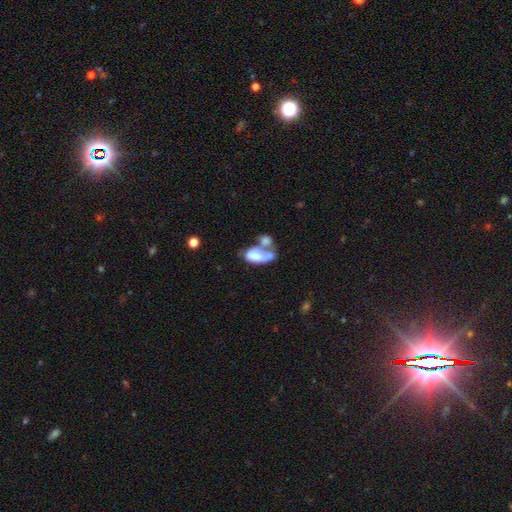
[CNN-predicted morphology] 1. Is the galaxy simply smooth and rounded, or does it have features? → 53% smooth, 38% featured or disk, 9% star or artifact.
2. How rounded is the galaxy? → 89% in between, 6% round, 5% cigar-shaped.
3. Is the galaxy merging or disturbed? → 60% merger, 19% major disturbance, 12% none, 9% minor disturbance.